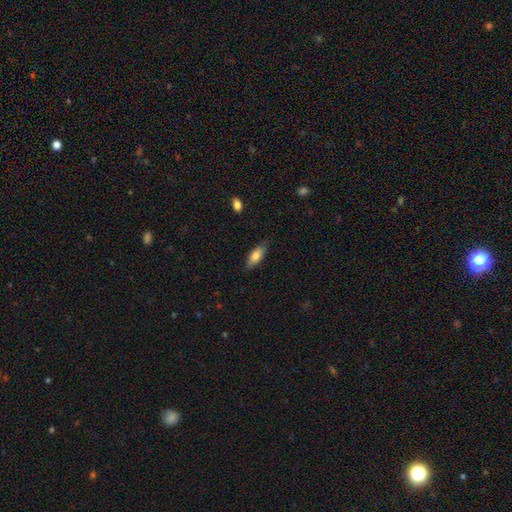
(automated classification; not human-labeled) smooth_or_featured: smooth (p=0.79) [alt: featured or disk p=0.14]
how_rounded: in between (p=0.72) [alt: cigar-shaped p=0.25]
merging: none (p=0.81) [alt: minor disturbance p=0.15]